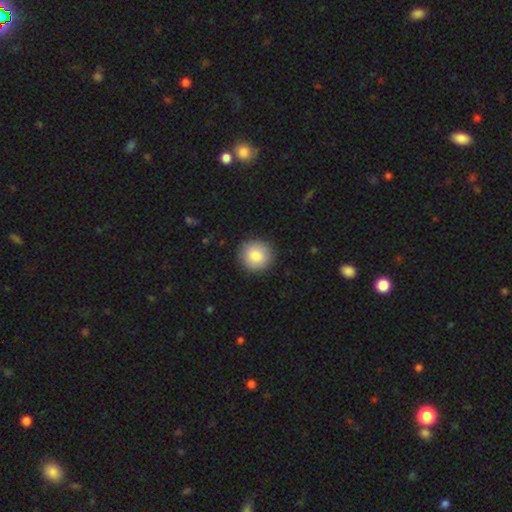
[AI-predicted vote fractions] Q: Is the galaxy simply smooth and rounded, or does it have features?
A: smooth — 87%.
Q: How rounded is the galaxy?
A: round — 92%.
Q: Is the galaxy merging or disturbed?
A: none — 89%.